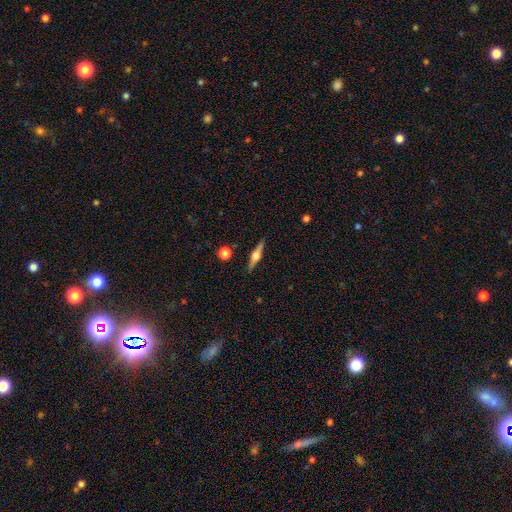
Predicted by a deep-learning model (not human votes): Q: Smooth or featured?
A: featured or disk (74%); runner-up: smooth (20%)
Q: Edge-on disk?
A: yes (98%); runner-up: no (2%)
Q: Edge-on bulge?
A: rounded (93%); runner-up: boxy (6%)
Q: Merging?
A: none (90%); runner-up: minor disturbance (7%)